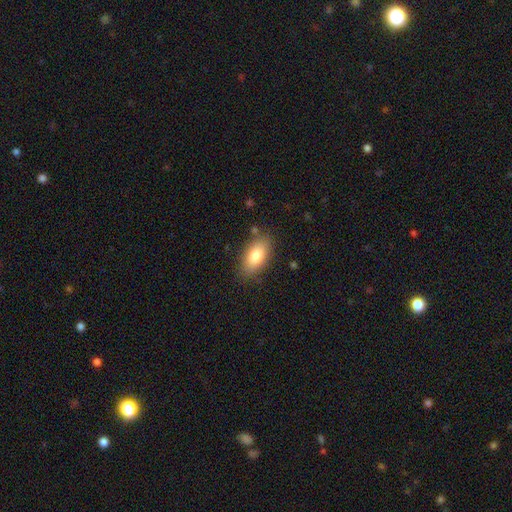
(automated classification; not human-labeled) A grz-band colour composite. It shows a smooth galaxy with no disk features (82%) that is in between round and cigar-shaped (91%). Merging: none (83%).